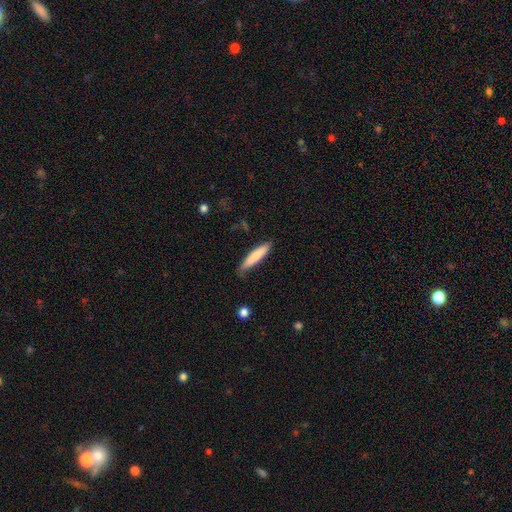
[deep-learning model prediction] smooth_or_featured: smooth (p=0.80) [alt: featured or disk p=0.15]
how_rounded: cigar-shaped (p=0.87) [alt: in between p=0.12]
merging: none (p=0.73) [alt: minor disturbance p=0.22]